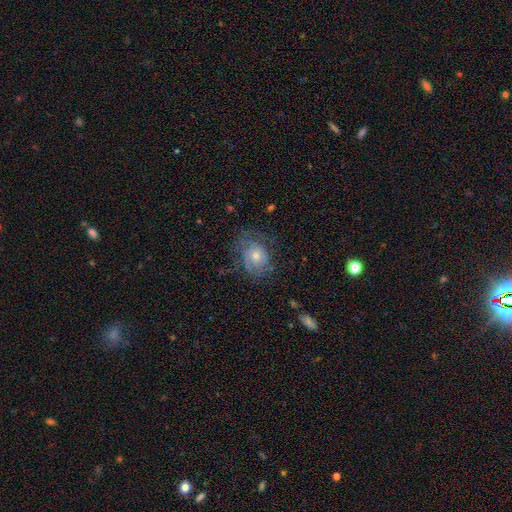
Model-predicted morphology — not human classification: Smooth or featured? featured or disk (53%)
Edge-on disk? no (96%)
Bar? no (81%)
Spiral arms? yes (71%)
Bulge size? moderate (54%)
Merging? none (64%)